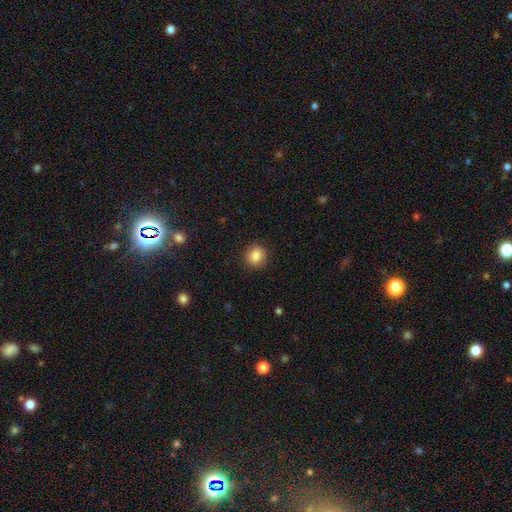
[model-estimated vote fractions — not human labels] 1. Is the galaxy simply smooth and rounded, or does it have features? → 86% smooth, 9% star or artifact, 5% featured or disk.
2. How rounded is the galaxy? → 82% round, 17% in between, 1% cigar-shaped.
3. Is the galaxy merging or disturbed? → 90% none, 7% minor disturbance, 2% major disturbance, 1% merger.